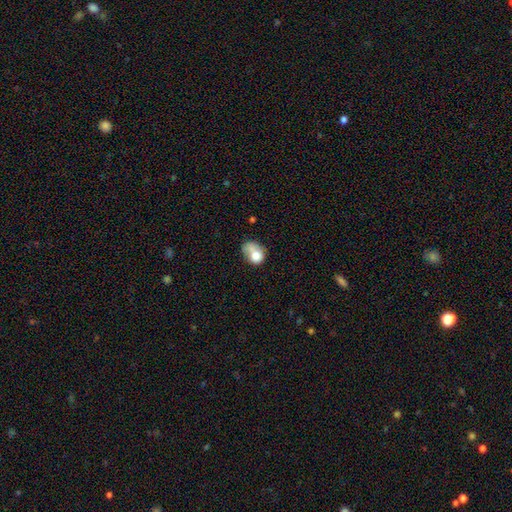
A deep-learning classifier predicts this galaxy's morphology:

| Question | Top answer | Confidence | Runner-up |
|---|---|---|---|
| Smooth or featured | smooth | 71% | featured or disk (20%) |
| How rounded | in between | 55% | round (43%) |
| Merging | major disturbance | 28% | minor disturbance (27%) |